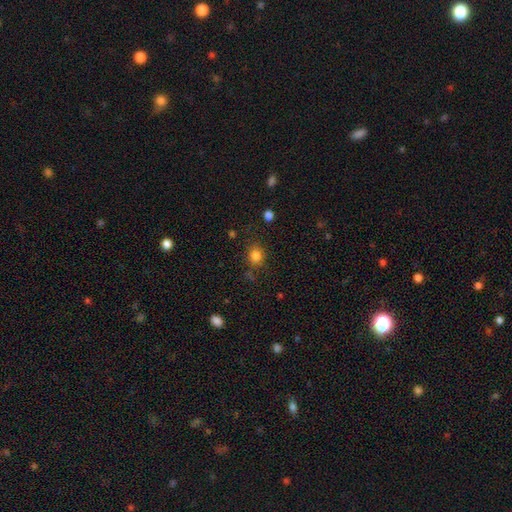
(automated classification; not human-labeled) smooth_or_featured: smooth (p=0.82) [alt: star or artifact p=0.12]
how_rounded: round (p=0.73) [alt: in between p=0.26]
merging: none (p=0.80) [alt: minor disturbance p=0.13]